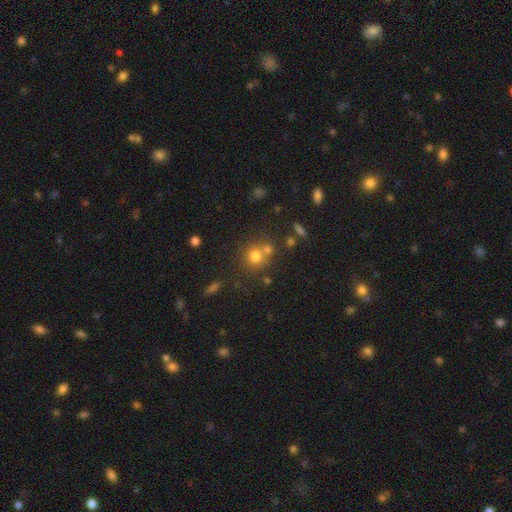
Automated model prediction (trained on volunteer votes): Morphology: type=smooth (69%); roundness=round (88%); merging=none (57%).